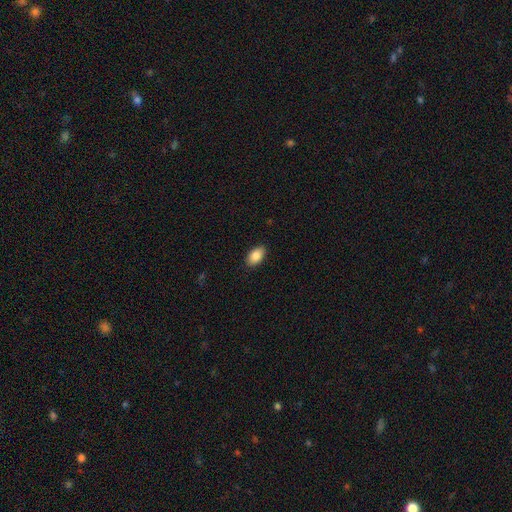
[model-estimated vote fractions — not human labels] This appears to be a smooth galaxy with no disk features (87%) that is in between round and cigar-shaped (91%). Merging: none (88%).